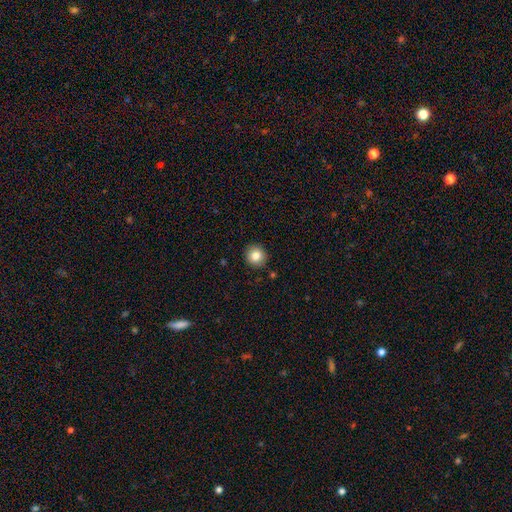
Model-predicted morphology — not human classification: This is clearly a smooth galaxy (83%). How rounded: clearly round (93%). Merging: clearly none (91%).